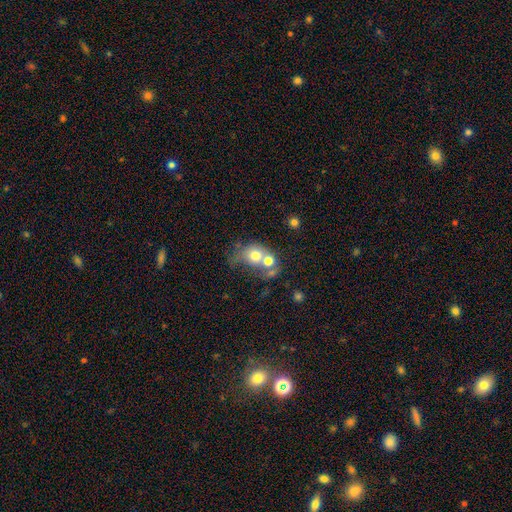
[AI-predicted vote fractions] A smooth galaxy with no disk features (65%) that is round (61%).

Vote fractions:
- Smooth or featured? smooth: 65% / featured or disk: 24% / star or artifact: 11%
- How rounded? round: 61% / in between: 38% / cigar-shaped: 1%
- Merging? merger: 61% / none: 21% / minor disturbance: 9% / major disturbance: 9%